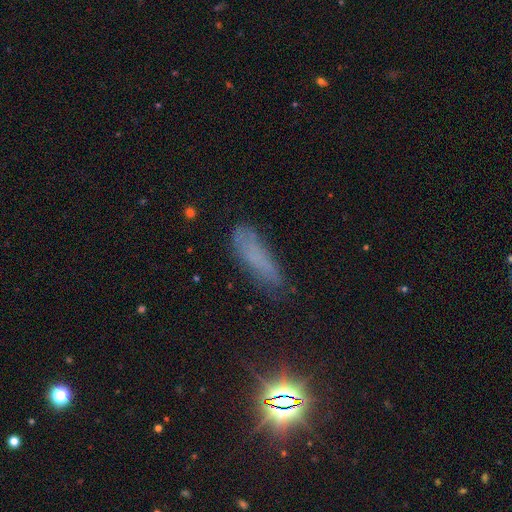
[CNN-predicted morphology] Smooth or featured: smooth — 54% (star or artifact — 26%)
How rounded: cigar-shaped — 60% (in between — 37%)
Merging: none — 64% (minor disturbance — 25%)